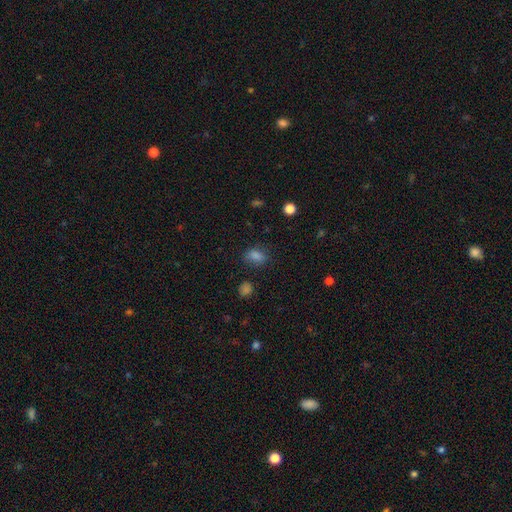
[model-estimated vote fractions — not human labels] Q: Smooth or featured?
A: smooth (78%); runner-up: star or artifact (16%)
Q: How rounded?
A: in between (75%); runner-up: round (22%)
Q: Merging?
A: none (73%); runner-up: minor disturbance (18%)